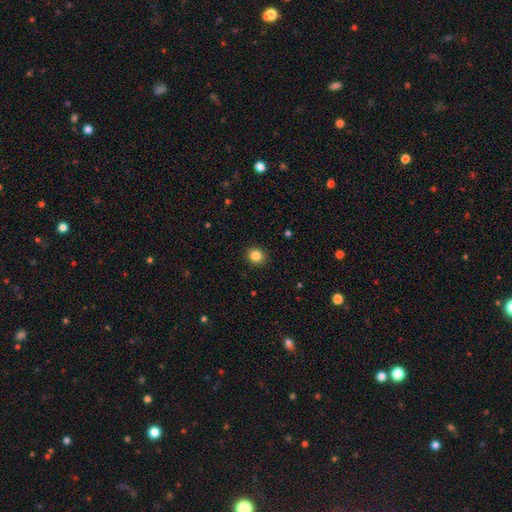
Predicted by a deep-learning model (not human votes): The model was most divided on "how rounded": round: 85%, in between: 14%, cigar-shaped: 1%. More confident: merging — none (91%); smooth or featured — smooth (85%).